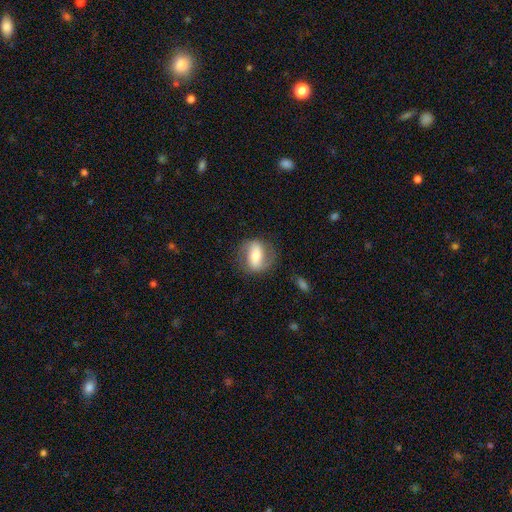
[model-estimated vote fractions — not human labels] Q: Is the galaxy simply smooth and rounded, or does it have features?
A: featured or disk — 59%.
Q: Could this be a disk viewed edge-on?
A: no — 93%.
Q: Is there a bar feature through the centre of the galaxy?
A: strong — 46%.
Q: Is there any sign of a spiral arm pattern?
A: yes — 76%.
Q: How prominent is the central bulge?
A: moderate — 61%.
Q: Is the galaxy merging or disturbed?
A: none — 77%.